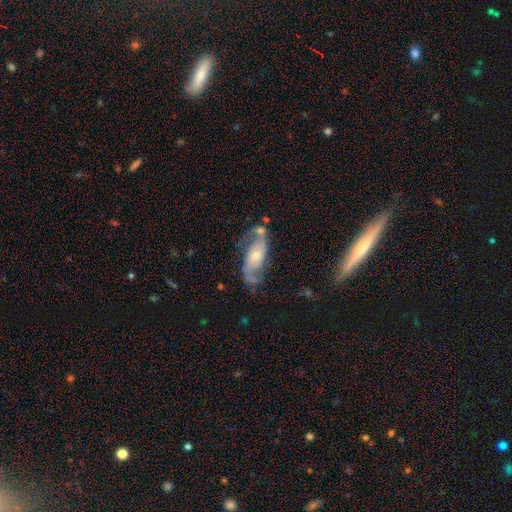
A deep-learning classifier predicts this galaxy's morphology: Smooth or featured? Predicted: featured or disk (p=0.83). Edge-on disk? Predicted: no (p=0.94). Bar? Predicted: no (p=0.63). Spiral arms? Predicted: yes (p=0.93). Spiral winding? Predicted: medium (p=0.42). Spiral arm count? Predicted: 2 (p=0.88). Bulge size? Predicted: small (p=0.53). Merging? Predicted: none (p=0.62).